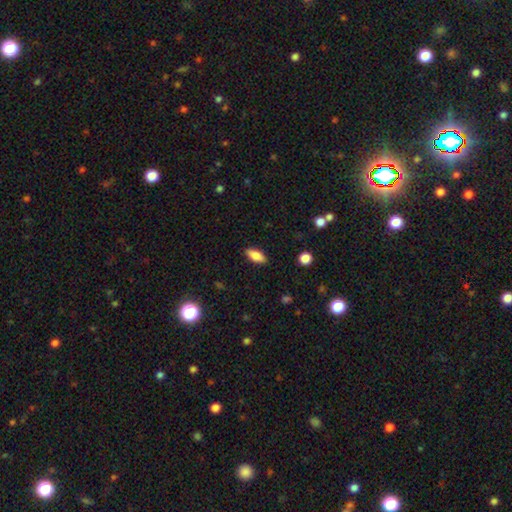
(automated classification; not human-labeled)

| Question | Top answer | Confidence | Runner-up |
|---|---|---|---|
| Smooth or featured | smooth | 82% | featured or disk (11%) |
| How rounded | in between | 82% | cigar-shaped (16%) |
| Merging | none | 88% | minor disturbance (9%) |